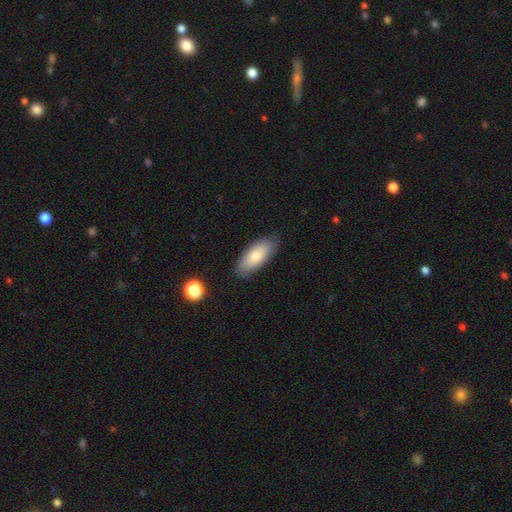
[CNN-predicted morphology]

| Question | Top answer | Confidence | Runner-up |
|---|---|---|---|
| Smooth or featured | smooth | 79% | featured or disk (15%) |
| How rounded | in between | 85% | cigar-shaped (13%) |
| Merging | none | 83% | minor disturbance (13%) |